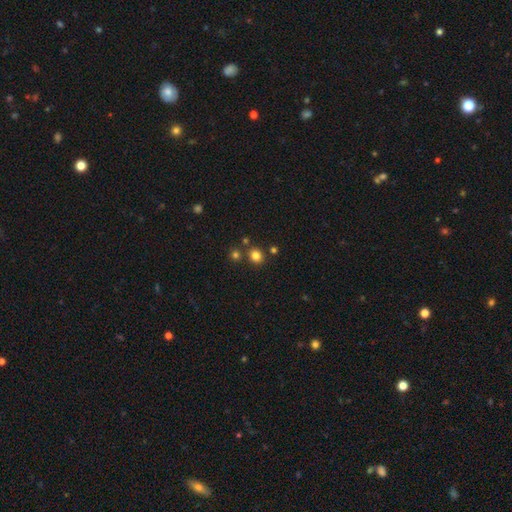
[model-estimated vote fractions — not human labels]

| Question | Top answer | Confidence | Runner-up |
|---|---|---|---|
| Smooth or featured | smooth | 80% | star or artifact (15%) |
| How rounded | round | 79% | in between (20%) |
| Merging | none | 79% | merger (11%) |